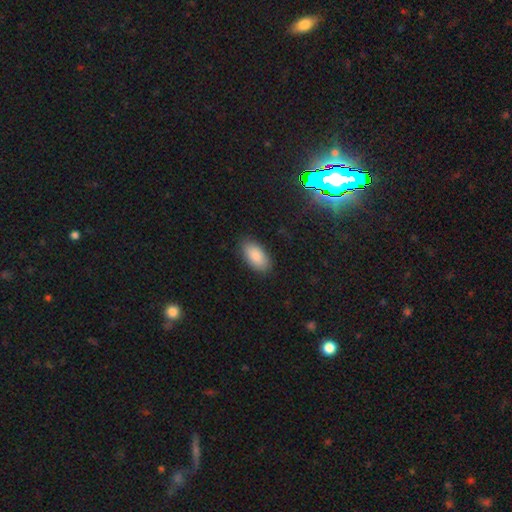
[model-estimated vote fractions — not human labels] Overall: smooth (88%). How rounded: in between (94%). Merging: none (86%).